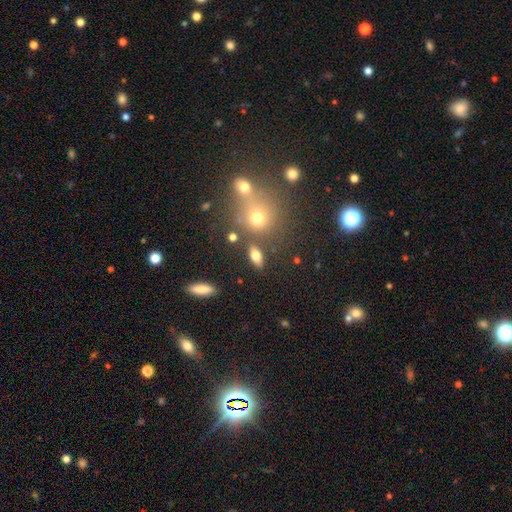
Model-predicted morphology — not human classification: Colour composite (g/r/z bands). It shows a smooth galaxy with no disk features (73%) that is in between round and cigar-shaped (79%). Merging: none (77%).